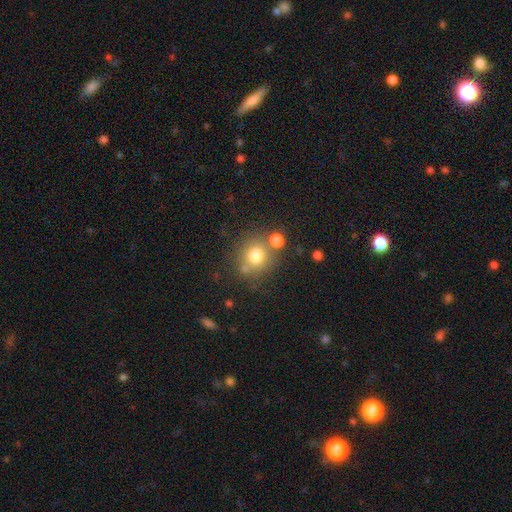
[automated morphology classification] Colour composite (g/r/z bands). It shows a smooth galaxy with no disk features (75%) that is round (87%). Merging: none (69%).